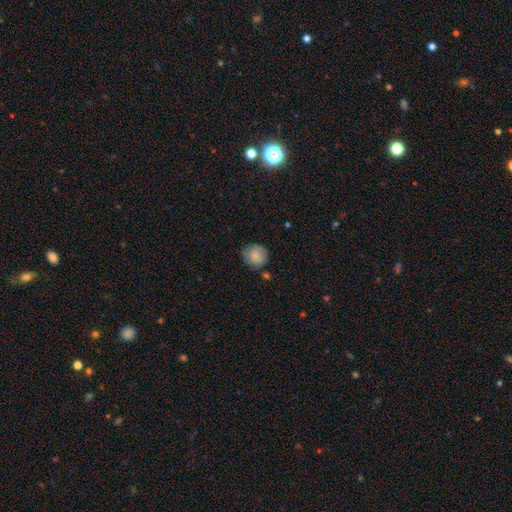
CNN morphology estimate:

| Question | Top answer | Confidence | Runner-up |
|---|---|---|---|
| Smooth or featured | smooth | 82% | featured or disk (11%) |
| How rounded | round | 87% | in between (12%) |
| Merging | none | 73% | minor disturbance (19%) |